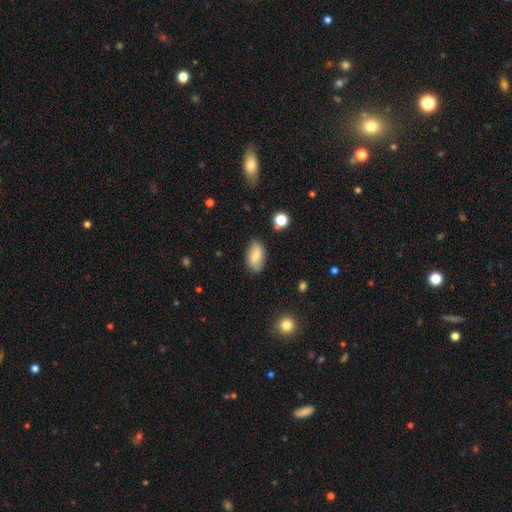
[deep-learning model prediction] A smooth galaxy with no disk features (78%) that is in between round and cigar-shaped (92%). Merging: none (78%).